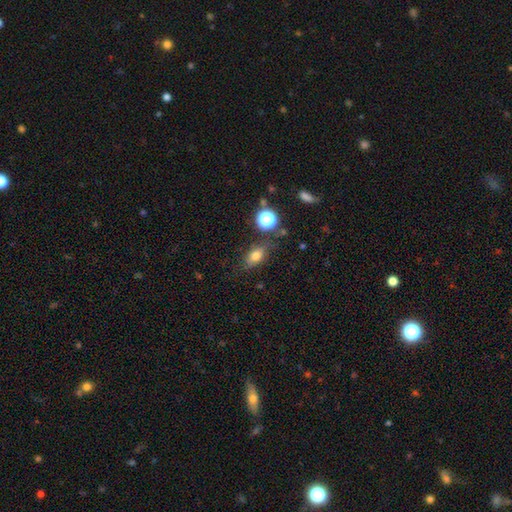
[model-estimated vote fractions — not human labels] Morphology: type=smooth (71%); roundness=in between (72%); merging=none (73%).